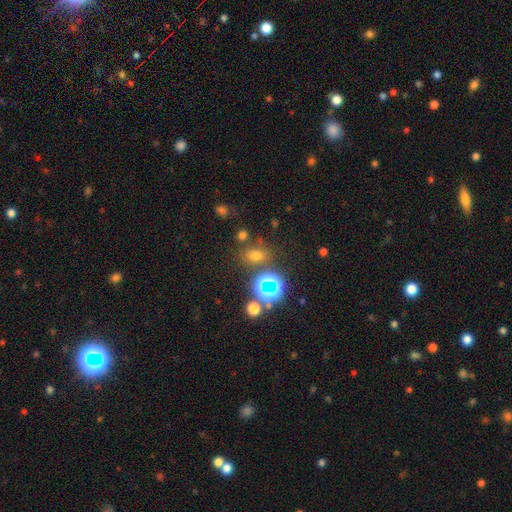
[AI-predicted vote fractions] Overall: smooth (60%; star or artifact 31%). How rounded: in between (52%; round 47%). Merging: none (73%).